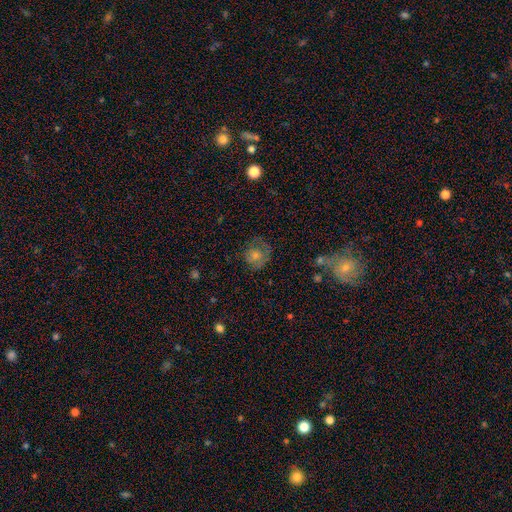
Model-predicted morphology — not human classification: Q: Smooth or featured?
A: smooth (65%); runner-up: featured or disk (24%)
Q: How rounded?
A: round (81%); runner-up: in between (18%)
Q: Merging?
A: none (60%); runner-up: minor disturbance (24%)